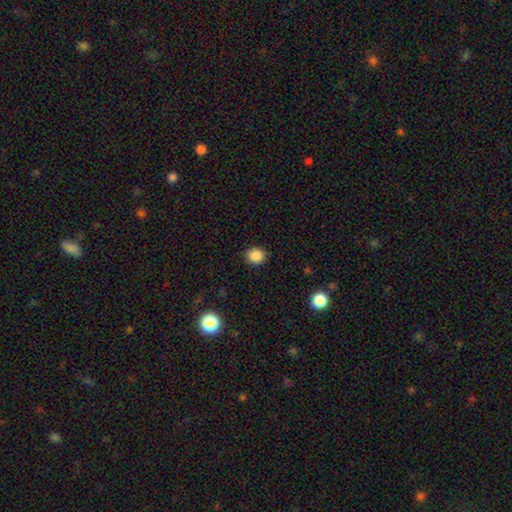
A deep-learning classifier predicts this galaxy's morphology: smooth-or-featured: smooth: 86% | star or artifact: 10% | featured or disk: 4%
  how-rounded: round: 78% | in between: 21% | cigar-shaped: 1%
  merging: none: 89% | minor disturbance: 8% | major disturbance: 2% | merger: 1%